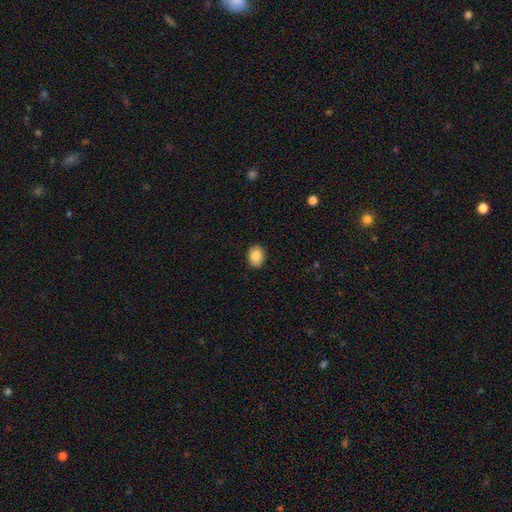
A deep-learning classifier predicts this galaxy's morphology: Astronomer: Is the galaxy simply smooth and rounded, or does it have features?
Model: smooth — 84%.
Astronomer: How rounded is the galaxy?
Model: in between — 69%.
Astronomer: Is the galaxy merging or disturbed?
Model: none — 90%.